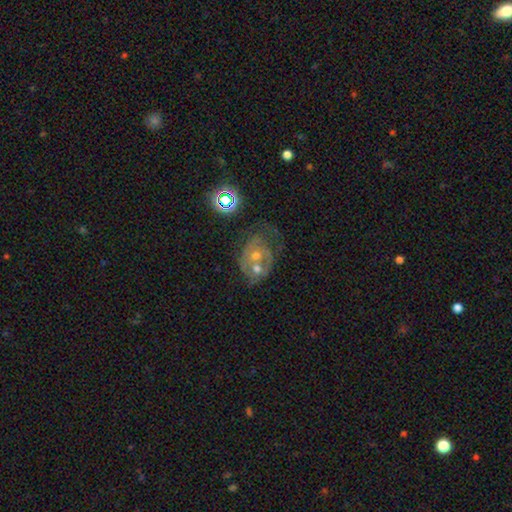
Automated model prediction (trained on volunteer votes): Smooth or featured? Predicted: featured or disk (p=0.65). Edge-on disk? Predicted: no (p=0.97). Bar? Predicted: no (p=0.82). Spiral arms? Predicted: yes (p=0.58). Bulge size? Predicted: moderate (p=0.55). Merging? Predicted: merger (p=0.32, tied with none).